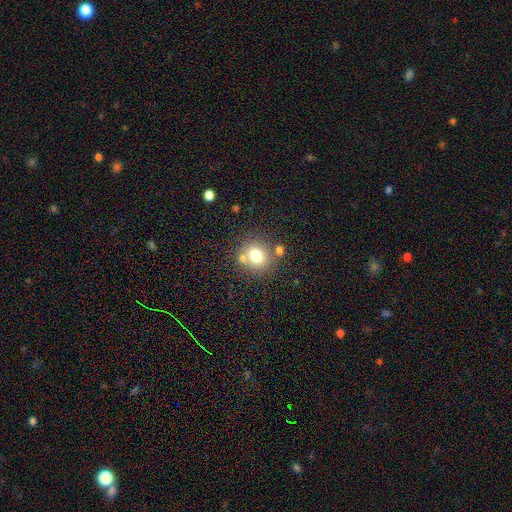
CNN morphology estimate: smooth_or_featured: smooth (p=0.73) [alt: featured or disk p=0.14]
how_rounded: round (p=0.79) [alt: in between p=0.20]
merging: none (p=0.67) [alt: merger p=0.17]